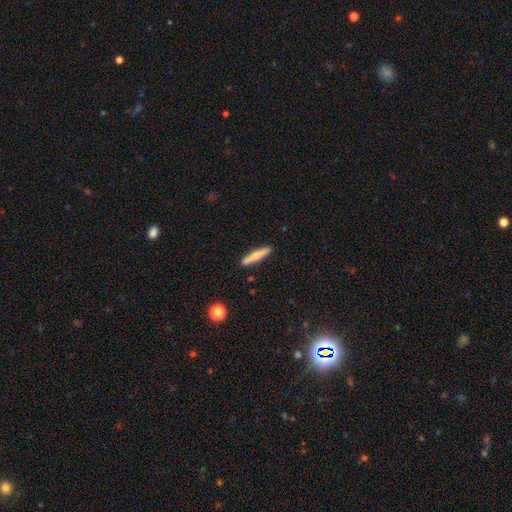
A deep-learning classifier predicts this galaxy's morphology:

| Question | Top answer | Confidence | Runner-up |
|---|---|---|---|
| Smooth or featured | smooth | 65% | featured or disk (29%) |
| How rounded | cigar-shaped | 90% | in between (9%) |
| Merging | none | 89% | minor disturbance (8%) |